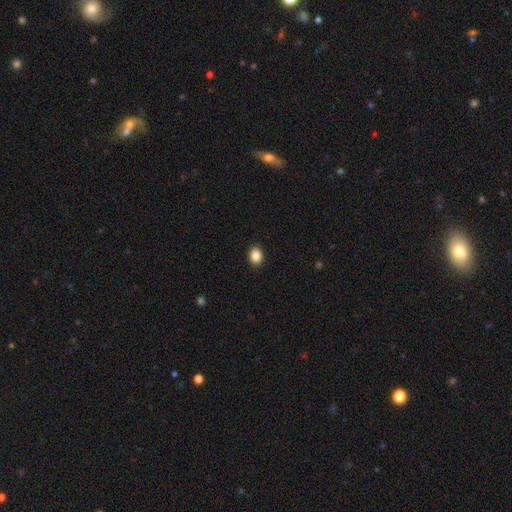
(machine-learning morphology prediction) Smooth or featured? Predicted: smooth (p=0.88). How rounded? Predicted: in between (p=0.61). Merging? Predicted: none (p=0.91).